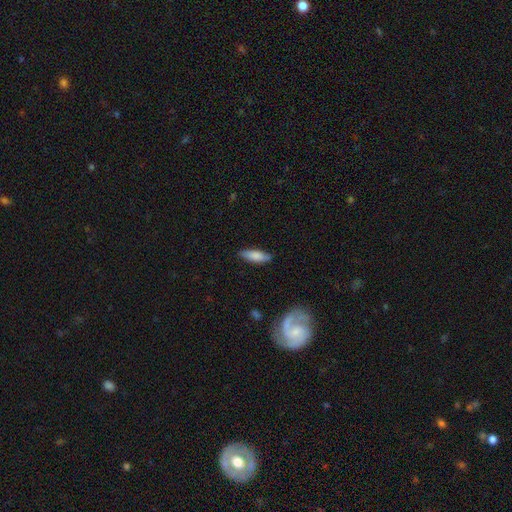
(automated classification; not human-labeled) The model was most divided on "how rounded" (2-way tie): cigar-shaped: 49%, in between: 49%, round: 2%. More confident: merging — none (80%); smooth or featured — smooth (79%).